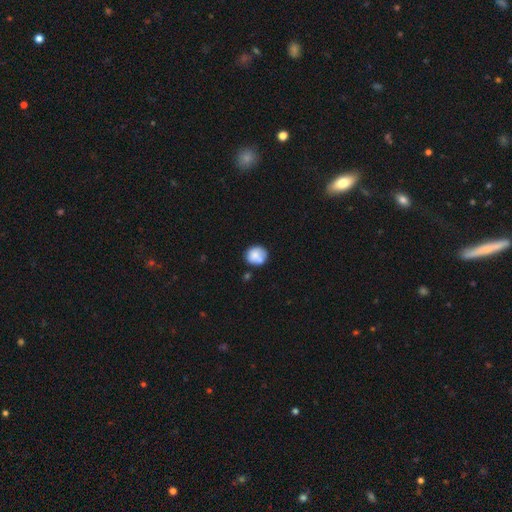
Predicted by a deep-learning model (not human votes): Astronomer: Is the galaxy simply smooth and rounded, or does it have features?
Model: smooth — 76%.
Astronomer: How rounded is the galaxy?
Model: round — 80%.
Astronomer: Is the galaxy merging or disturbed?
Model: none — 57%.